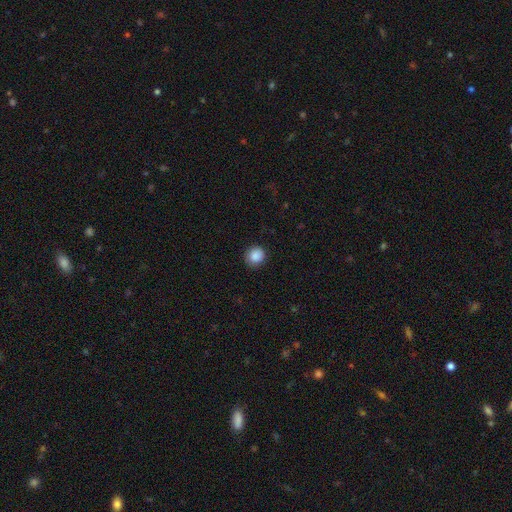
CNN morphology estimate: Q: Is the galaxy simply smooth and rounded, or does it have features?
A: smooth — 87%.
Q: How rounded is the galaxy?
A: round — 87%.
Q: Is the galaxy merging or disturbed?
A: none — 85%.